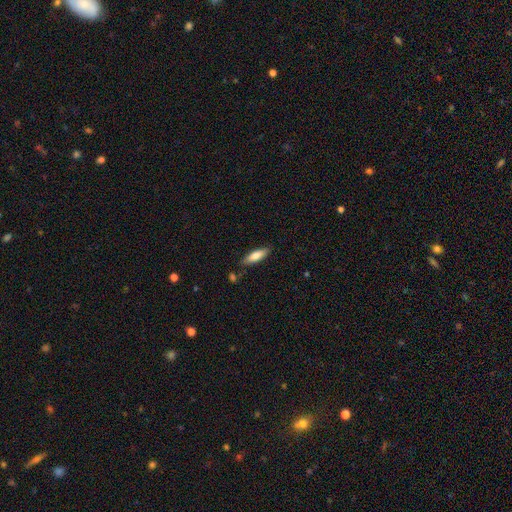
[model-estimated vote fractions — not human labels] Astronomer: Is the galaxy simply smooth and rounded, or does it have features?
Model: smooth — 76%.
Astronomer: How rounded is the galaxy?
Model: cigar-shaped — 54% (runner-up: in between, 45%).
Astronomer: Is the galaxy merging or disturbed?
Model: none — 82%.